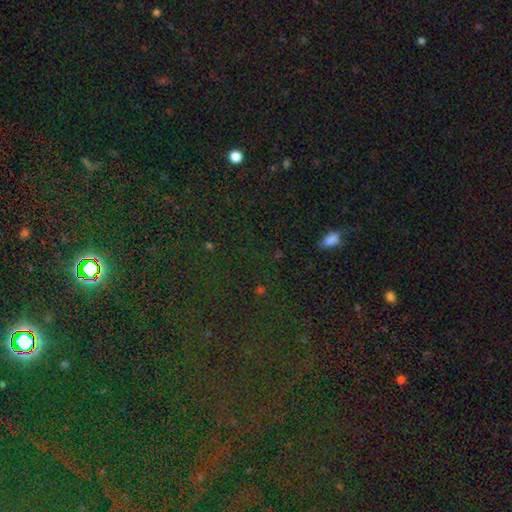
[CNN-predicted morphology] Smooth or featured? star or artifact (76%)